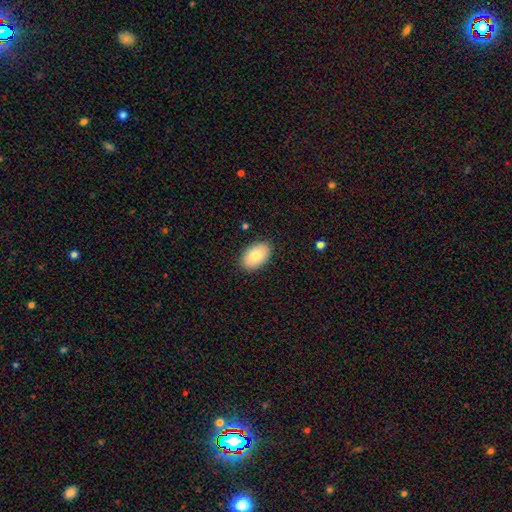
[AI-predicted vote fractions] smooth 80%, featured or disk 13%, star or artifact 6%. Down the decision tree: how rounded — in between (93%); merging — none (88%).